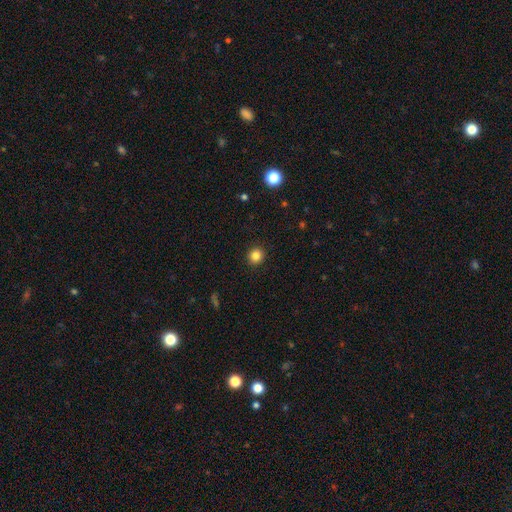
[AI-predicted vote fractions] This is clearly a smooth galaxy (84%). How rounded: clearly round (88%). Merging: clearly none (92%).